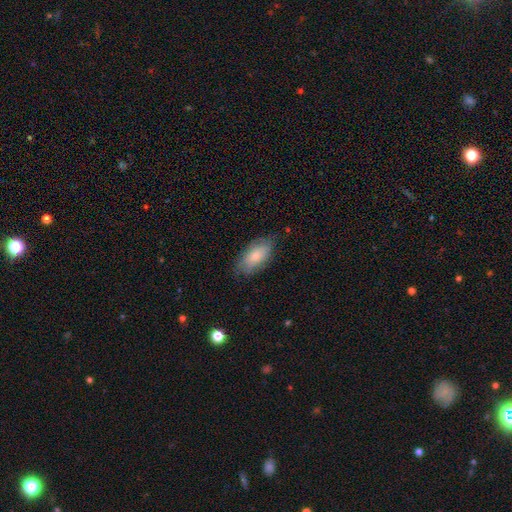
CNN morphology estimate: smooth-or-featured: smooth: 74% | featured or disk: 20% | star or artifact: 6%
  how-rounded: in between: 91% | cigar-shaped: 6% | round: 3%
  merging: none: 71% | minor disturbance: 23% | major disturbance: 5% | merger: 1%